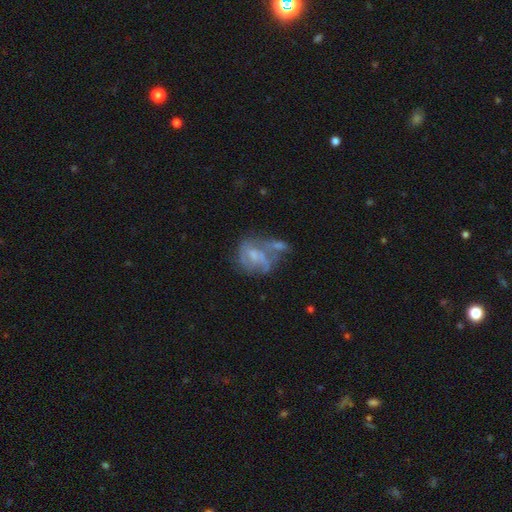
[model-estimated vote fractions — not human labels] Smooth or featured? featured or disk (61%)
Edge-on disk? no (97%)
Bar? no (64%)
Spiral arms? yes (56%)
Bulge size? small (34%)
Merging? merger (34%)